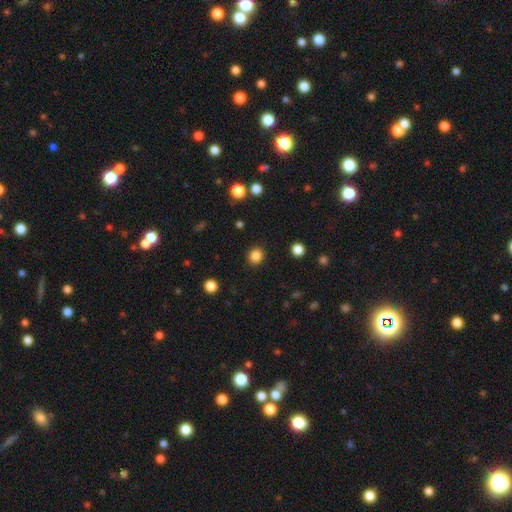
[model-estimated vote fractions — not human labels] Q: Smooth or featured?
A: smooth (85%); runner-up: star or artifact (11%)
Q: How rounded?
A: round (80%); runner-up: in between (19%)
Q: Merging?
A: none (90%); runner-up: minor disturbance (6%)